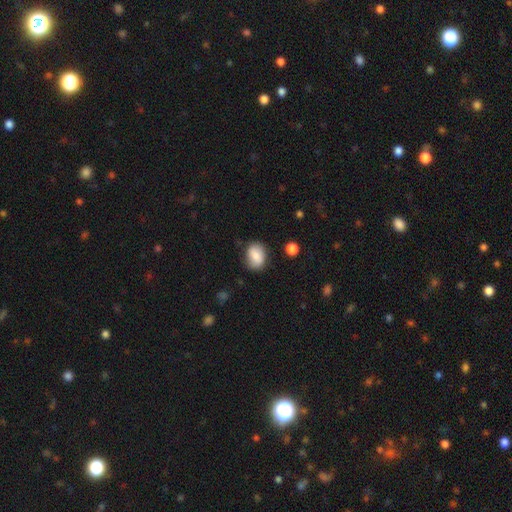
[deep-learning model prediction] Q: Smooth or featured?
A: smooth (78%); runner-up: featured or disk (14%)
Q: How rounded?
A: in between (61%); runner-up: round (38%)
Q: Merging?
A: none (72%); runner-up: minor disturbance (21%)